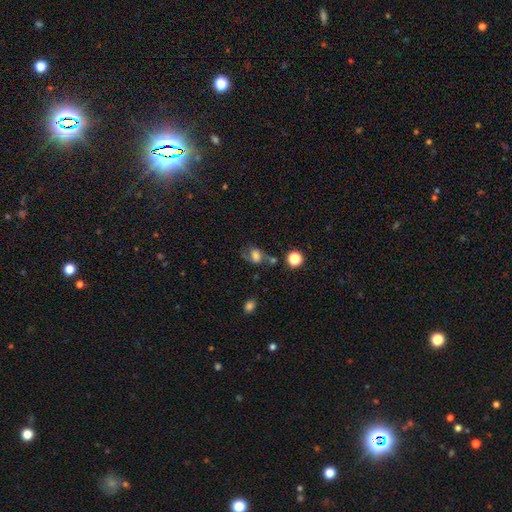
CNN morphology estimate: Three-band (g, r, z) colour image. It shows a smooth galaxy with no disk features (56%) that is in between round and cigar-shaped (62%). Merging: none (47%).